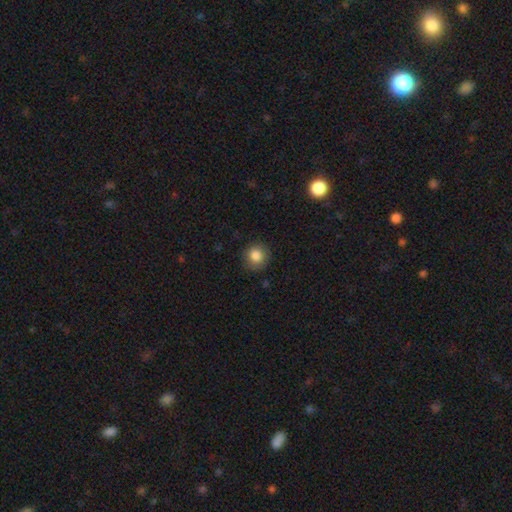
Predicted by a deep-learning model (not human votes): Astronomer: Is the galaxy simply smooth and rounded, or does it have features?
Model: smooth — 84%.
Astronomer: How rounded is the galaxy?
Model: round — 90%.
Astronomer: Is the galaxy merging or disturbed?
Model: none — 85%.